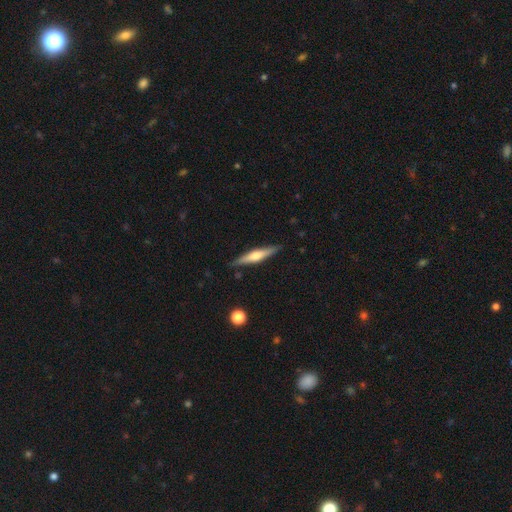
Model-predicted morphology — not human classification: Smooth or featured: featured or disk — 58% (smooth — 36%)
Edge-on disk: yes — 96% (no — 4%)
Edge-on bulge: rounded — 86% (boxy — 8%)
Merging: none — 87% (minor disturbance — 9%)